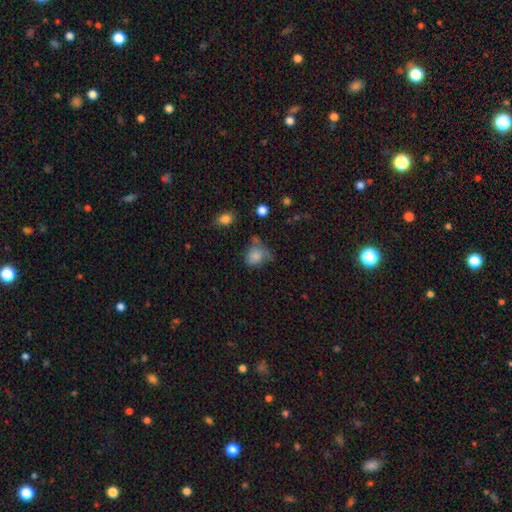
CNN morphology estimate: Smooth or featured? smooth (79%)
How rounded? round (52%)
Merging? none (41%)